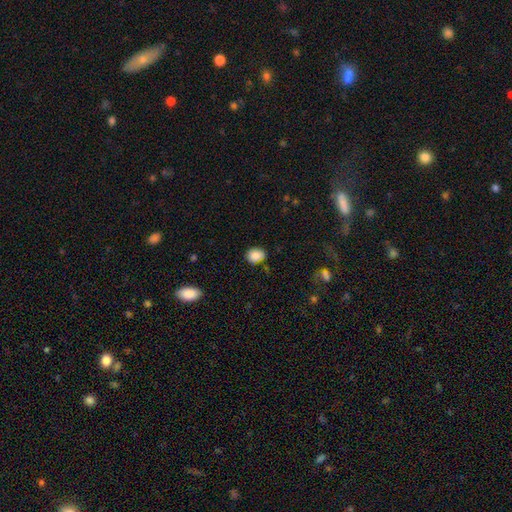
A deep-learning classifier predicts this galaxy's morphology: Smooth or featured? smooth (86%)
How rounded? in between (50%)
Merging? none (69%)